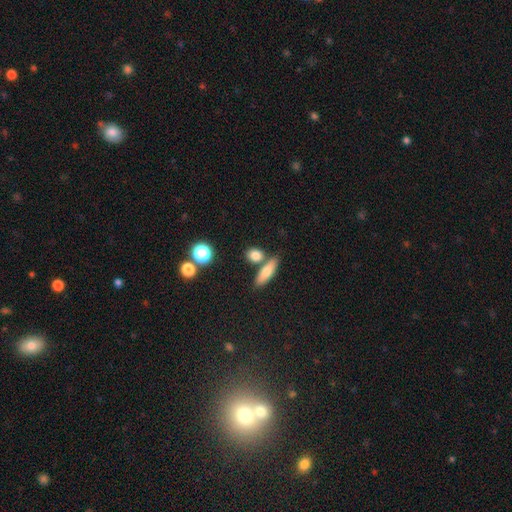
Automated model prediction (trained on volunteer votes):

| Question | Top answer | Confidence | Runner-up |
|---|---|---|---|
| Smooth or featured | smooth | 81% | star or artifact (10%) |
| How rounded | round | 44% | in between (43%) |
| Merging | none | 66% | merger (20%) |